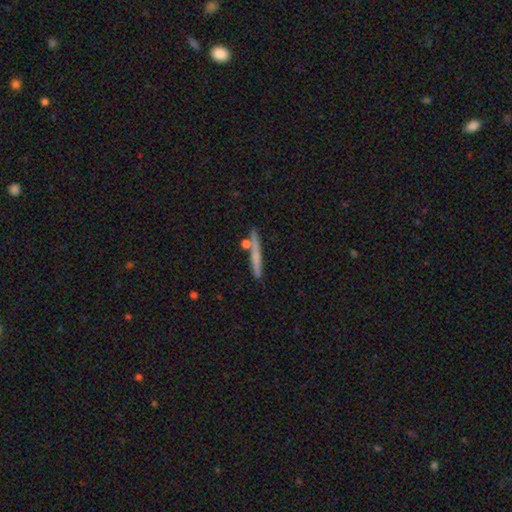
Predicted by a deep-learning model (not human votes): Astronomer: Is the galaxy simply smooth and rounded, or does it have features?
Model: smooth — 59%.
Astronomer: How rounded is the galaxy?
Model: cigar-shaped — 95%.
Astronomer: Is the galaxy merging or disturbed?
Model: none — 81%.